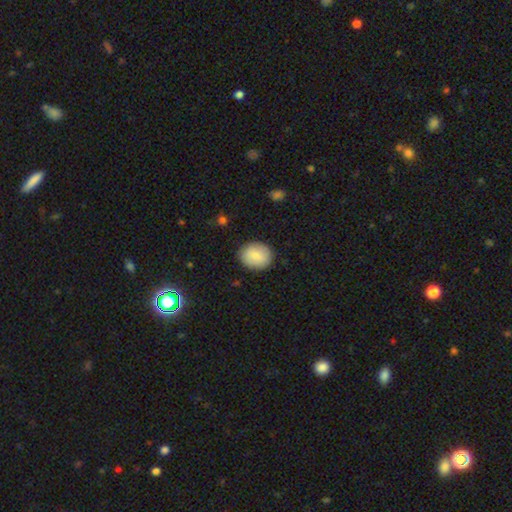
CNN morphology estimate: Q: Smooth or featured?
A: smooth (84%); runner-up: featured or disk (9%)
Q: How rounded?
A: round (55%); runner-up: in between (44%)
Q: Merging?
A: none (88%); runner-up: minor disturbance (9%)